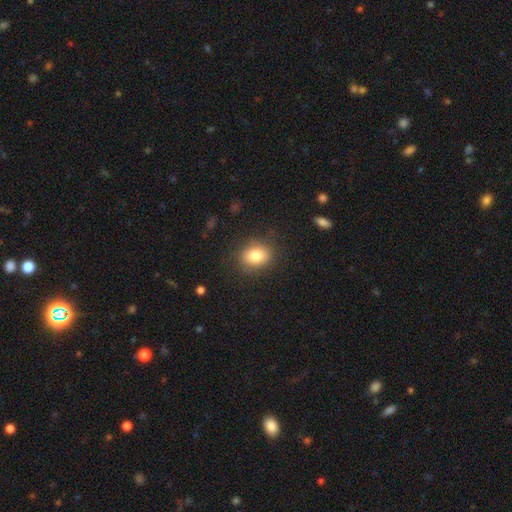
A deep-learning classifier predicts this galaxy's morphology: Smooth or featured?
  - smooth: 81% *
  - star or artifact: 10%
  - featured or disk: 9%
How rounded?
  - in between: 50% *
  - round: 49%
  - cigar-shaped: 1%
Merging?
  - none: 84% *
  - minor disturbance: 11%
  - major disturbance: 4%
  - merger: 1%